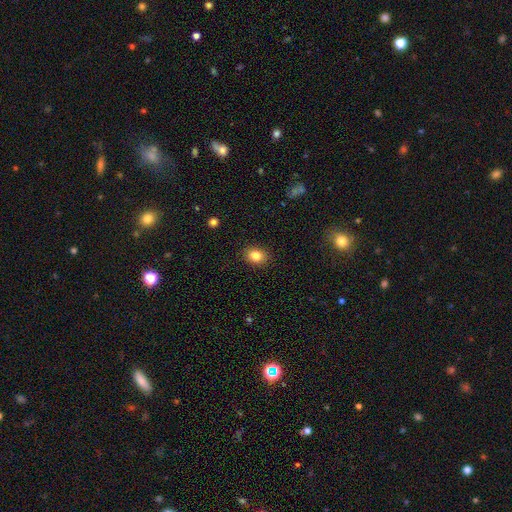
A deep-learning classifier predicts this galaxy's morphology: Smooth or featured? Predicted: smooth (p=0.83). How rounded? Predicted: in between (p=0.54). Merging? Predicted: none (p=0.89).